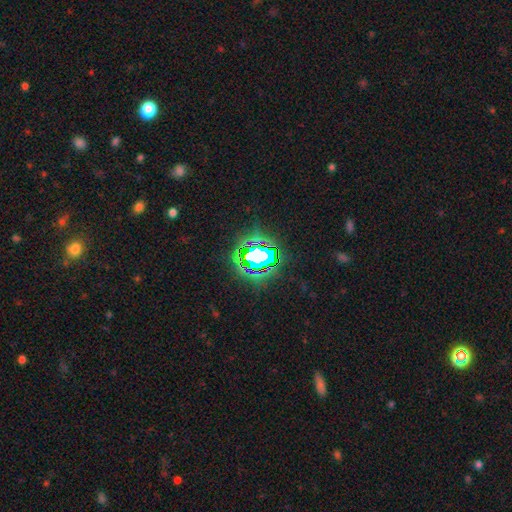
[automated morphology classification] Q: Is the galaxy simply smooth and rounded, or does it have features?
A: star or artifact — 69%.